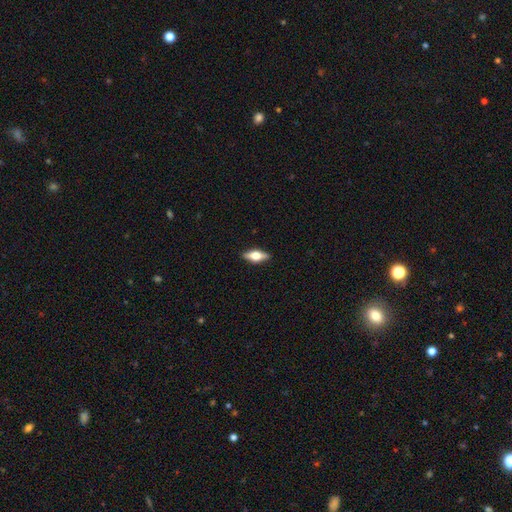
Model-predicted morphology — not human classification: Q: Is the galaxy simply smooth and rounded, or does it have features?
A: featured or disk — 47%.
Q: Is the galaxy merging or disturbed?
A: none — 89%.